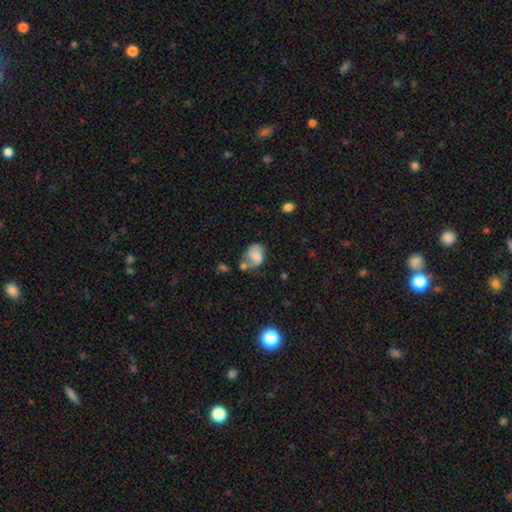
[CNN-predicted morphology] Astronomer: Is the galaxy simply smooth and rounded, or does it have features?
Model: smooth — 55% (runner-up: featured or disk, 35%).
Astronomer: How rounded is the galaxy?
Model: in between — 65%.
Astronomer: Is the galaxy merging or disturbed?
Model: none — 36% (runner-up: minor disturbance, 27%).